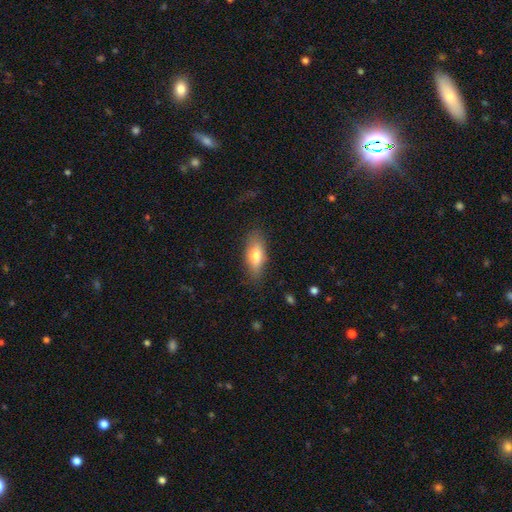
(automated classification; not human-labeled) Smooth or featured?
  - smooth: 72% *
  - featured or disk: 21%
  - star or artifact: 7%
How rounded?
  - in between: 73% *
  - cigar-shaped: 23%
  - round: 3%
Merging?
  - none: 80% *
  - minor disturbance: 15%
  - major disturbance: 4%
  - merger: 1%